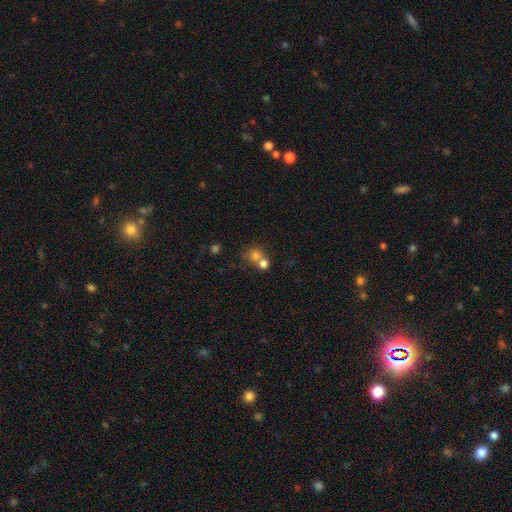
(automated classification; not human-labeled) The model was most divided on "merging": merger: 51%, none: 39%, minor disturbance: 6%, major disturbance: 4%. More confident: how rounded — round (83%); smooth or featured — smooth (74%).